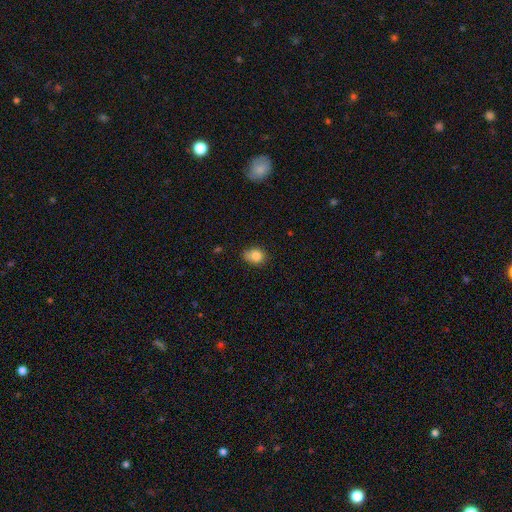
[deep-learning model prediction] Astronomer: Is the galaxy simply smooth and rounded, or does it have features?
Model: smooth — 82%.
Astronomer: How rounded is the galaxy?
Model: round — 52% (runner-up: in between, 47%).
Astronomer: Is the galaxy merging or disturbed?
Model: none — 60%.